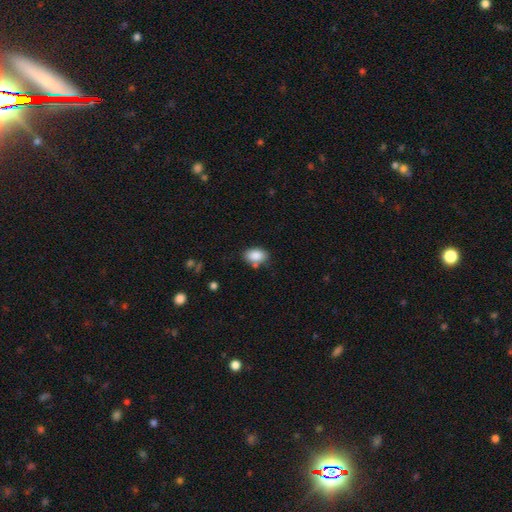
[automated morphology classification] The model was most divided on "merging": none: 72%, minor disturbance: 17%, merger: 7%, major disturbance: 4%. More confident: smooth or featured — smooth (87%); how rounded — in between (87%).